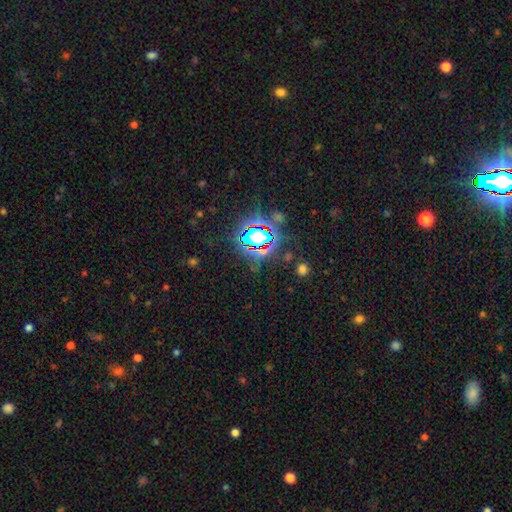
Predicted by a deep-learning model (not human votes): Smooth or featured: star or artifact — 79% (smooth — 13%)